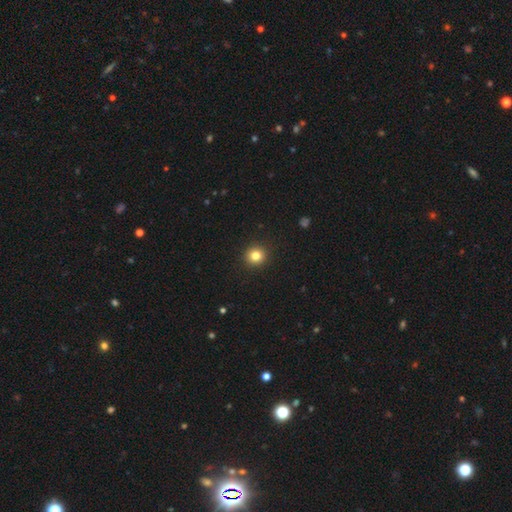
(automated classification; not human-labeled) smooth 82%, star or artifact 12%, featured or disk 6%. Down the decision tree: how rounded — round (93%); merging — none (93%).